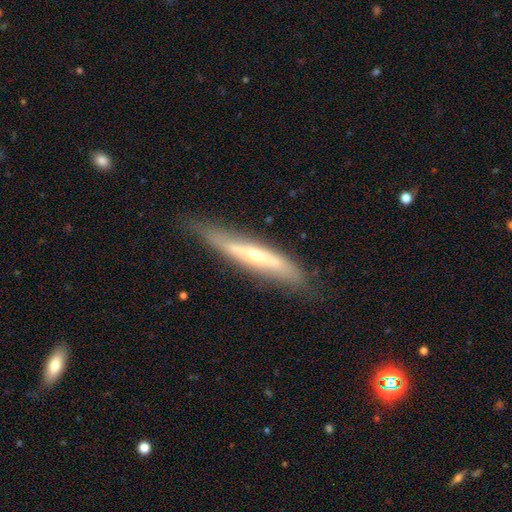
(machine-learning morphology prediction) This is likely a featured or disk galaxy (64%). It is likely viewed edge-on (77%). Merging: likely none (73%).